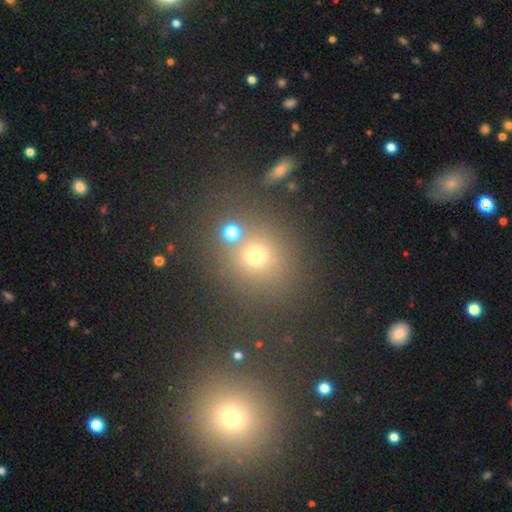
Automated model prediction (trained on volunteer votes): This is likely a smooth galaxy (65%). How rounded: likely round (78%). Merging: likely none (69%).